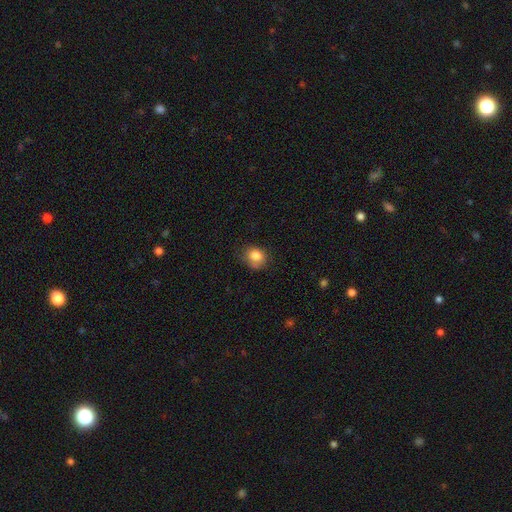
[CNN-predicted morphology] Overall: smooth (82%). How rounded: round (62%; in between 37%). Merging: none (59%; minor disturbance 29%).